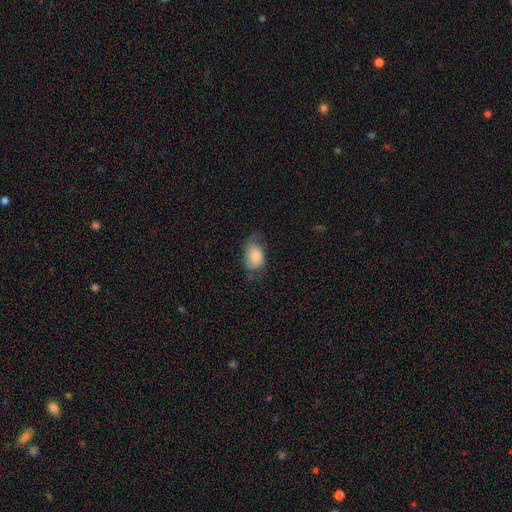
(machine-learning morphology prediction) type=smooth (69%); roundness=in between (84%); merging=none (42%).